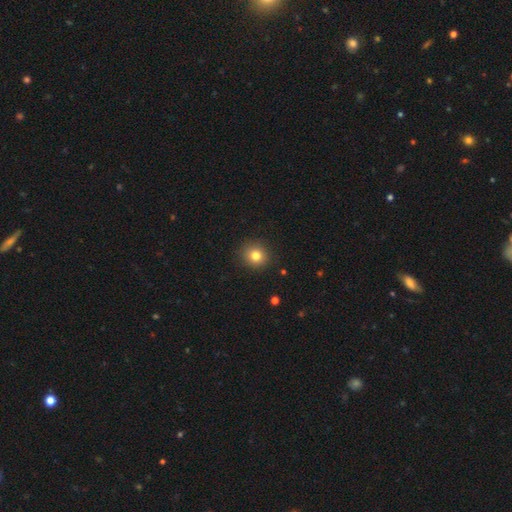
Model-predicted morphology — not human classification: The model was most divided on "smooth or featured": smooth: 81%, star or artifact: 12%, featured or disk: 8%. More confident: merging — none (90%); how rounded — round (86%).